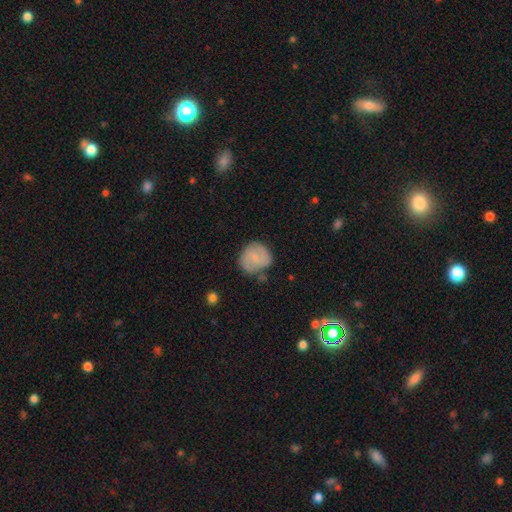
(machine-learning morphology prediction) This is possibly a smooth galaxy (57%). How rounded: clearly round (83%). Merging: likely none (66%).